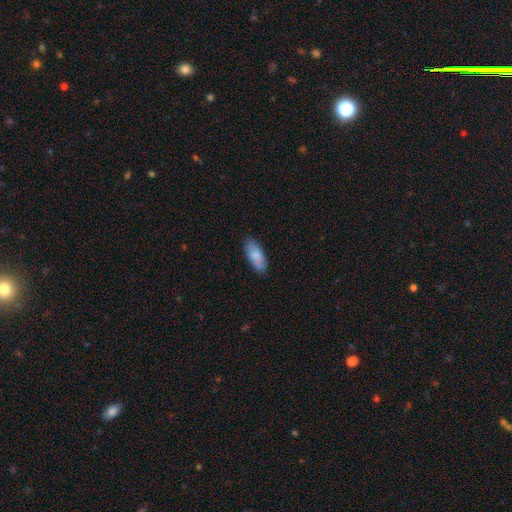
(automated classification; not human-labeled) Q: Smooth or featured?
A: smooth (83%); runner-up: featured or disk (11%)
Q: How rounded?
A: in between (82%); runner-up: cigar-shaped (17%)
Q: Merging?
A: none (83%); runner-up: minor disturbance (14%)